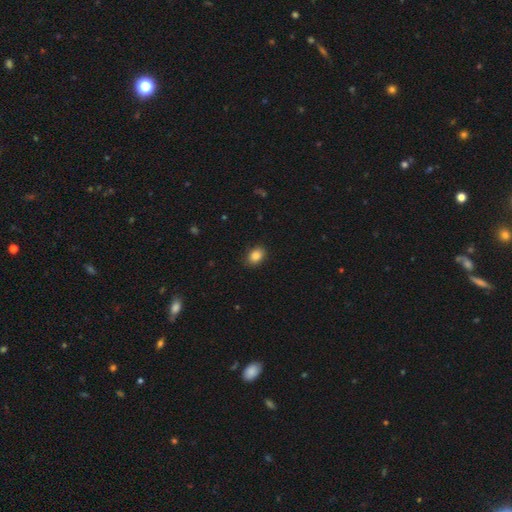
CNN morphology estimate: The model was most divided on "how rounded": in between: 71%, round: 28%, cigar-shaped: 1%. More confident: merging — none (89%); smooth or featured — smooth (86%).